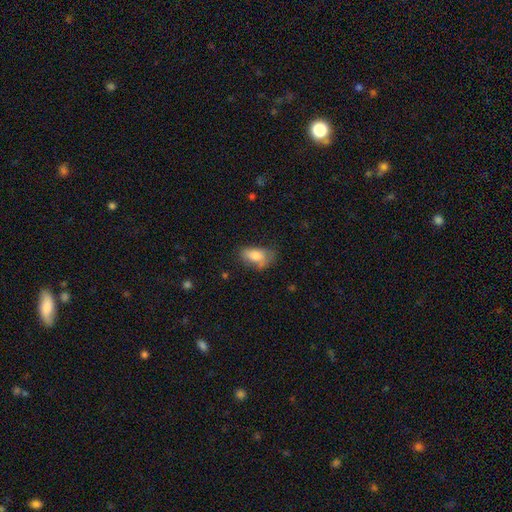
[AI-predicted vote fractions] Morphology: type=smooth (78%); roundness=in between (90%); merging=none (44%).